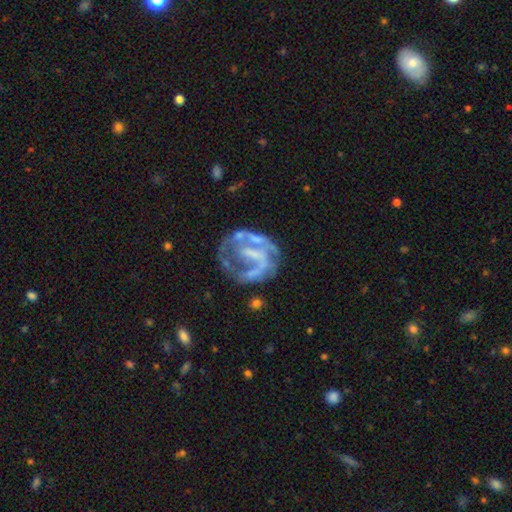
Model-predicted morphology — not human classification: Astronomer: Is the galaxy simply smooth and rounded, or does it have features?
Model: featured or disk — 77%.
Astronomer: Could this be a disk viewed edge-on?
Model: no — 98%.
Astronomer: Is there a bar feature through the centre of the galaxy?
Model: no — 43% (runner-up: weak, 30%).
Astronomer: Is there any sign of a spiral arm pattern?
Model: yes — 52% (runner-up: no, 48%).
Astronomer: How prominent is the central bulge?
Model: none — 60%.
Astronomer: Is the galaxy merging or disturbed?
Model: none — 42% (runner-up: major disturbance, 32%).